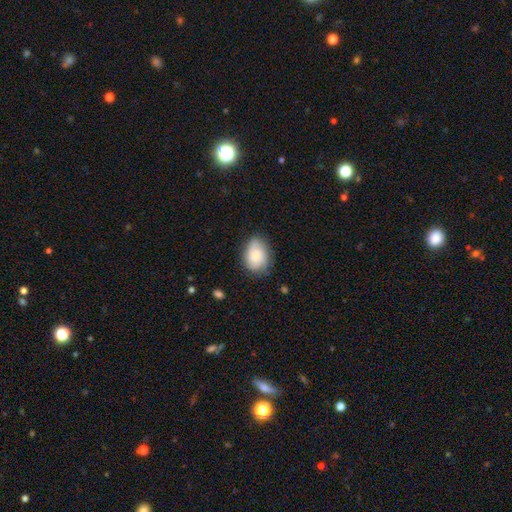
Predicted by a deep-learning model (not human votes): Overall: smooth (63%; featured or disk 29%). How rounded: in between (68%; round 31%). Merging: none (71%).